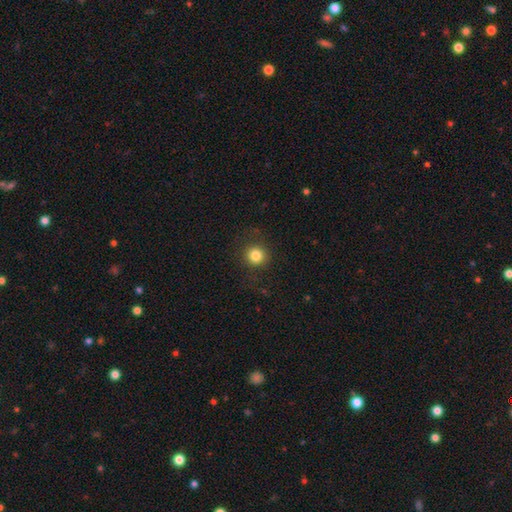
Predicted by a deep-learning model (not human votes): This is clearly a smooth galaxy (82%). How rounded: clearly round (93%). Merging: clearly none (87%).